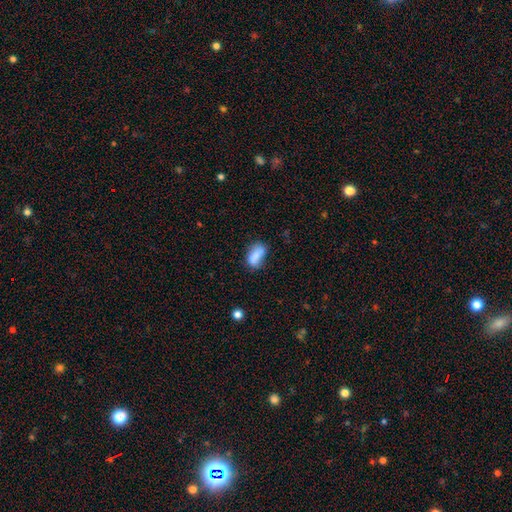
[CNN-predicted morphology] smooth_or_featured: smooth (p=0.79) [alt: featured or disk p=0.13]
how_rounded: in between (p=0.85) [alt: cigar-shaped p=0.09]
merging: none (p=0.50) [alt: minor disturbance p=0.28]